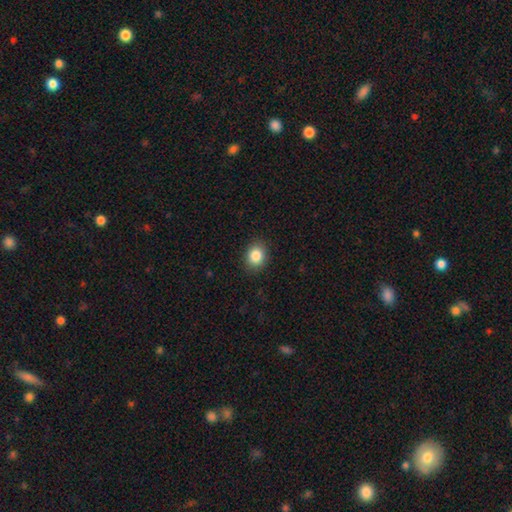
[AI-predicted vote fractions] Morphology: type=smooth (85%); roundness=round (59%); merging=none (89%).